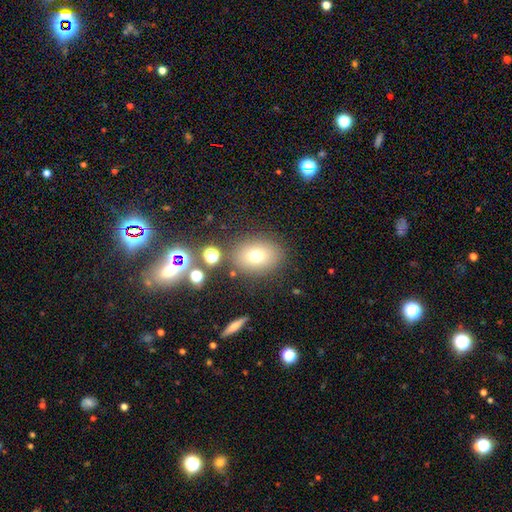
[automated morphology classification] Overall: smooth (72%). How rounded: in between (61%; round 37%). Merging: none (81%).